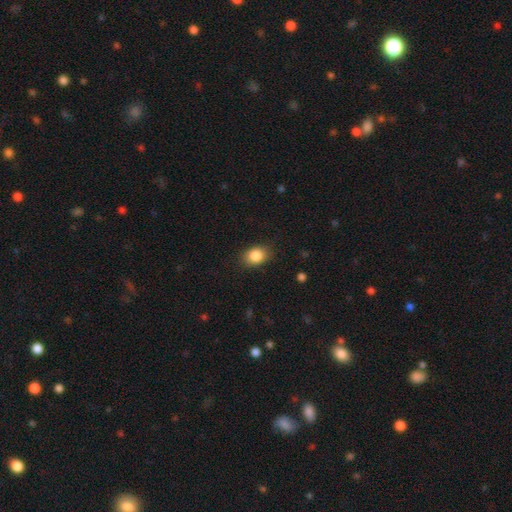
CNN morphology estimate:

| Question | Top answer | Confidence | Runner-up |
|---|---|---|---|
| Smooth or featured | smooth | 86% | star or artifact (9%) |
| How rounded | in between | 66% | round (33%) |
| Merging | none | 84% | minor disturbance (12%) |